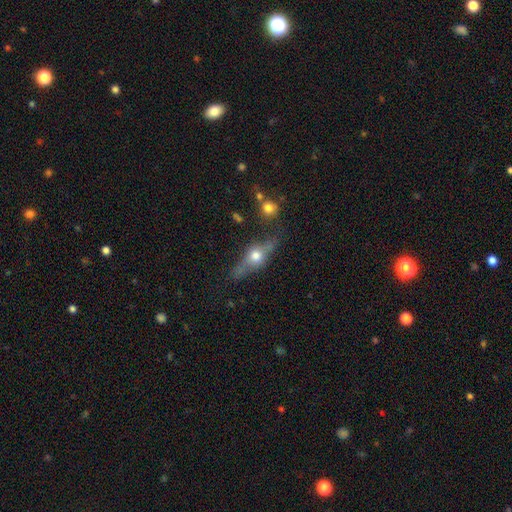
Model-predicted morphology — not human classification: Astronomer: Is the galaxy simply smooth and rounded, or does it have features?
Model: featured or disk — 55% (runner-up: smooth, 37%).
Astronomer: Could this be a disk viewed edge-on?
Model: yes — 83%.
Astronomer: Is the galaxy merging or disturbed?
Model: none — 67%.